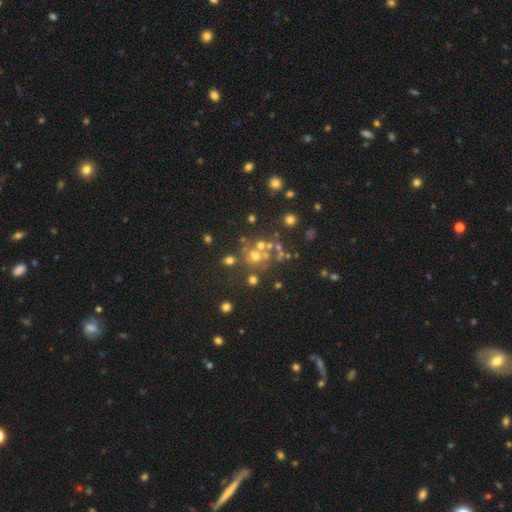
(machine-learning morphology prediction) The model was most divided on "smooth or featured": star or artifact: 44%, smooth: 36%, featured or disk: 20%.